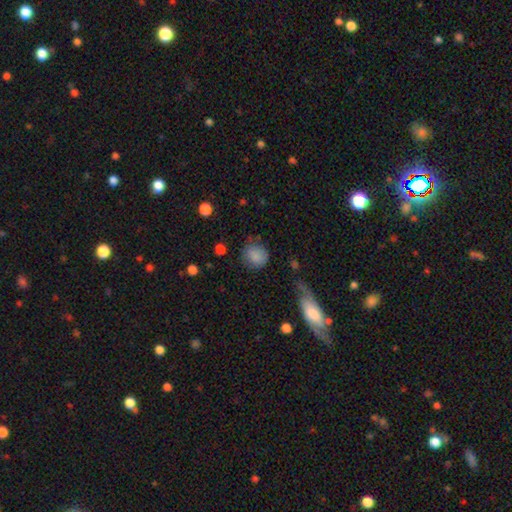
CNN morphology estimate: Smooth or featured: smooth — 84% (star or artifact — 9%)
How rounded: round — 84% (in between — 14%)
Merging: none — 75% (minor disturbance — 16%)